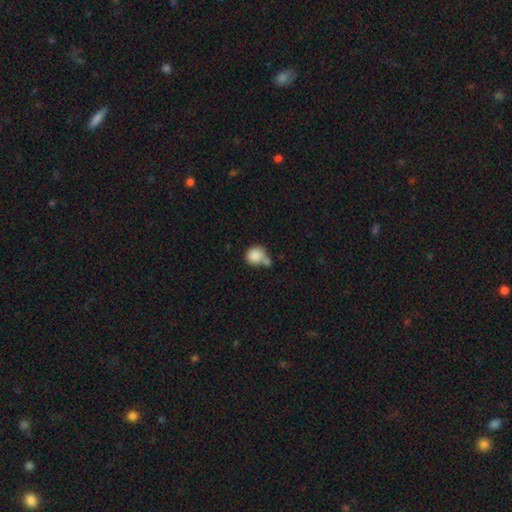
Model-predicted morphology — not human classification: The model was most divided on "merging": none: 42%, merger: 37%, minor disturbance: 15%, major disturbance: 6%. More confident: smooth or featured — smooth (85%); how rounded — round (77%).